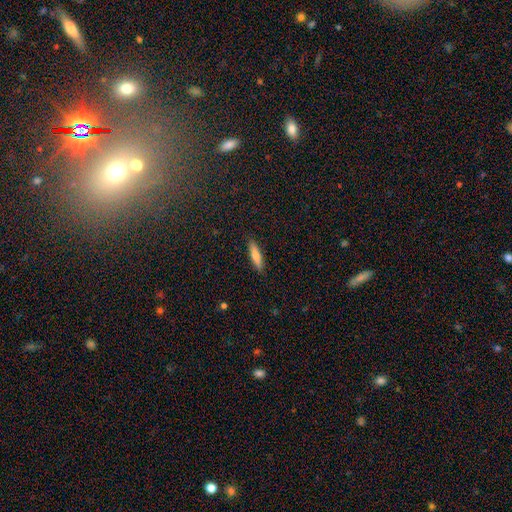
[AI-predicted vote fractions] The model was most divided on "smooth or featured": smooth: 72%, featured or disk: 22%, star or artifact: 6%. More confident: merging — none (90%); how rounded — cigar-shaped (76%).